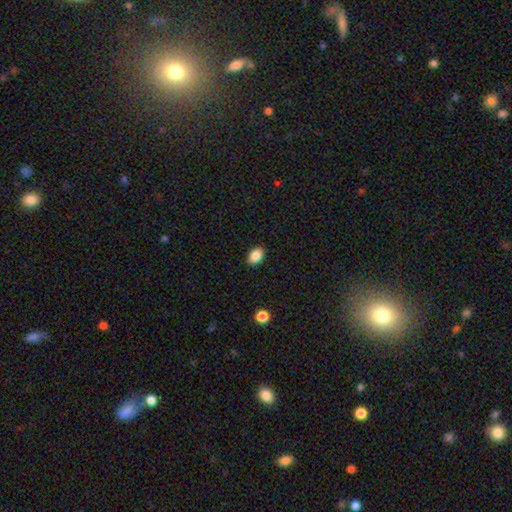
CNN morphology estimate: Smooth or featured? Predicted: smooth (p=0.87). How rounded? Predicted: in between (p=0.85). Merging? Predicted: none (p=0.90).